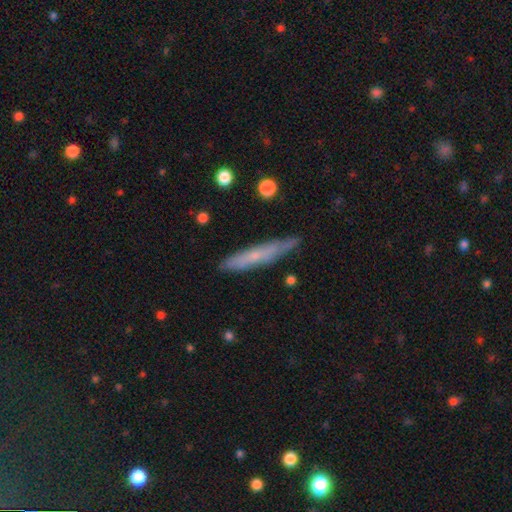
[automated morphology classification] A smooth galaxy with no disk features (54%) that is cigar-shaped (92%).

Vote fractions:
- Smooth or featured? smooth: 54% / featured or disk: 39% / star or artifact: 7%
- How rounded? cigar-shaped: 92% / in between: 6% / round: 2%
- Merging? none: 77% / minor disturbance: 18% / major disturbance: 3% / merger: 2%